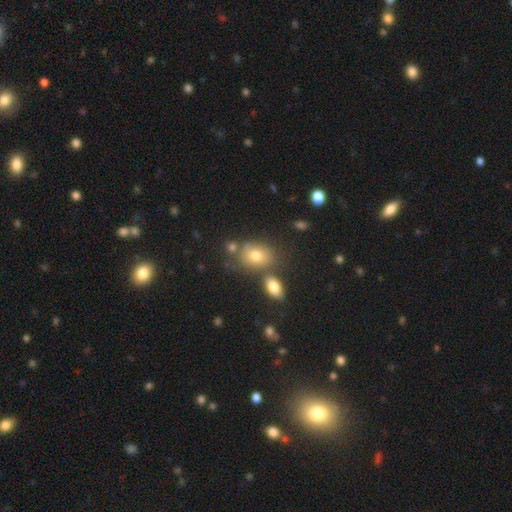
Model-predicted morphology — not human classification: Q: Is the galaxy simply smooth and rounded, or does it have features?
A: smooth — 73%.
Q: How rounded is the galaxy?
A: in between — 70%.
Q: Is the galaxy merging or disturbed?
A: none — 60%.